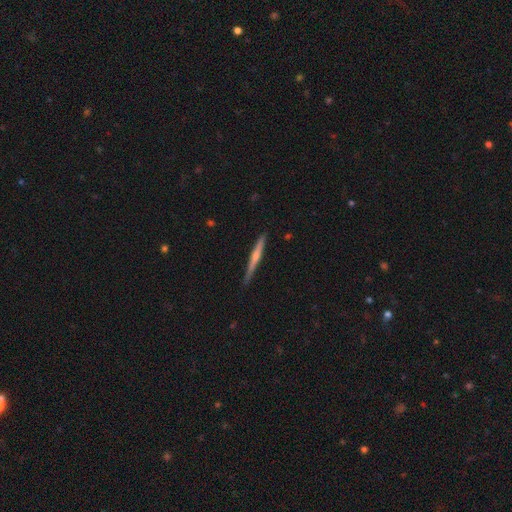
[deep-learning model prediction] featured or disk 71%, smooth 23%, star or artifact 6%. Down the decision tree: edge-on disk — yes (98%); edge-on bulge — rounded (72%); merging — none (90%).